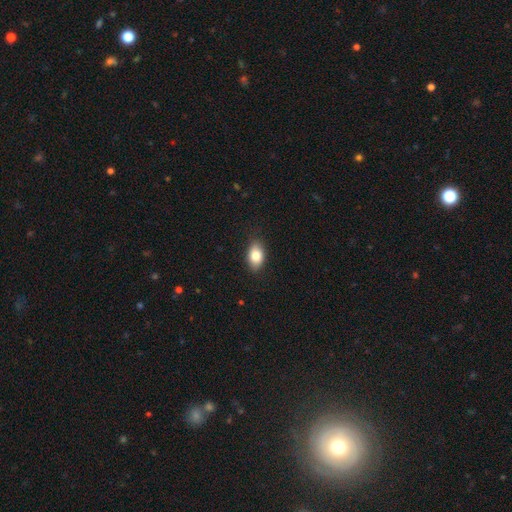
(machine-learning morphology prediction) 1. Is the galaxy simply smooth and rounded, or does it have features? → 84% smooth, 9% featured or disk, 7% star or artifact.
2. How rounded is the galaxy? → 88% in between, 10% round, 2% cigar-shaped.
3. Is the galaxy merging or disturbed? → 85% none, 12% minor disturbance, 2% major disturbance, 1% merger.